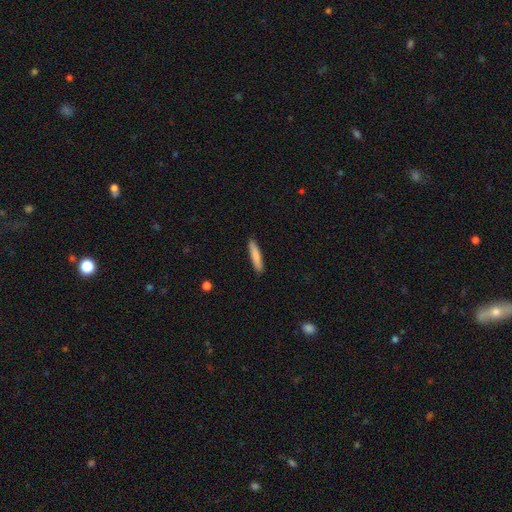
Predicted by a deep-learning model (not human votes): The model was most divided on "smooth or featured": smooth: 83%, featured or disk: 12%, star or artifact: 6%. More confident: how rounded — cigar-shaped (90%); merging — none (90%).